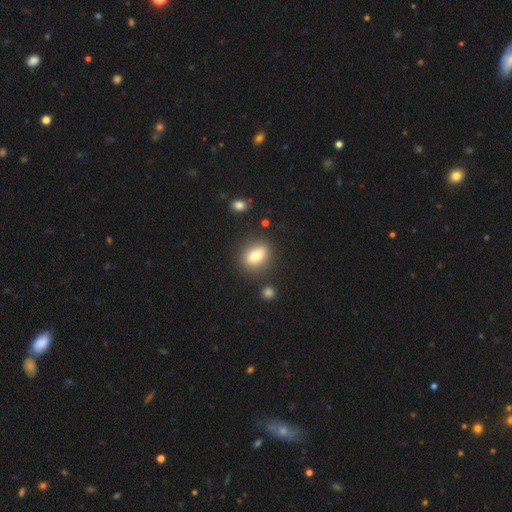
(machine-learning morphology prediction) A smooth galaxy with no disk features (75%) that is in between round and cigar-shaped (64%). Merging: none (83%).